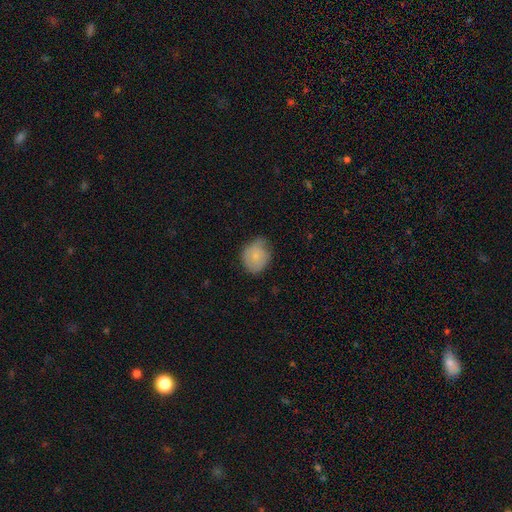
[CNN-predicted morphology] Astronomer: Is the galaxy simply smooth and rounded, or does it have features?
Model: smooth — 74%.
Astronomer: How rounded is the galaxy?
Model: round — 64%.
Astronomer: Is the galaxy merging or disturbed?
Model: none — 51% (runner-up: minor disturbance, 38%).